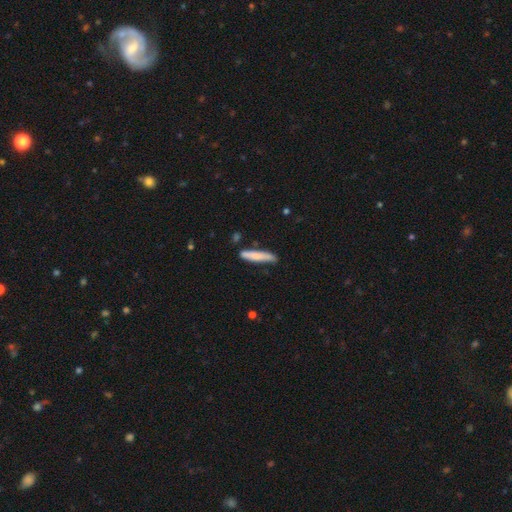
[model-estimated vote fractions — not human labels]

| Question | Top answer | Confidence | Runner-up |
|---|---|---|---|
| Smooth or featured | smooth | 76% | featured or disk (18%) |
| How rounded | cigar-shaped | 90% | in between (9%) |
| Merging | none | 75% | minor disturbance (18%) |